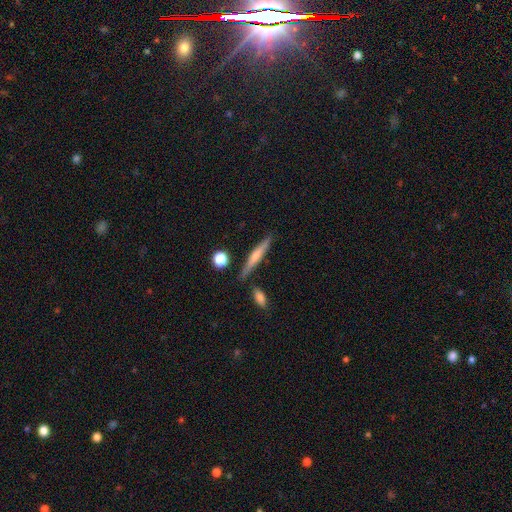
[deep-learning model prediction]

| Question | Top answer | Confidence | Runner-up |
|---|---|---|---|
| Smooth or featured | smooth | 47% | featured or disk (46%) |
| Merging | none | 83% | minor disturbance (10%) |